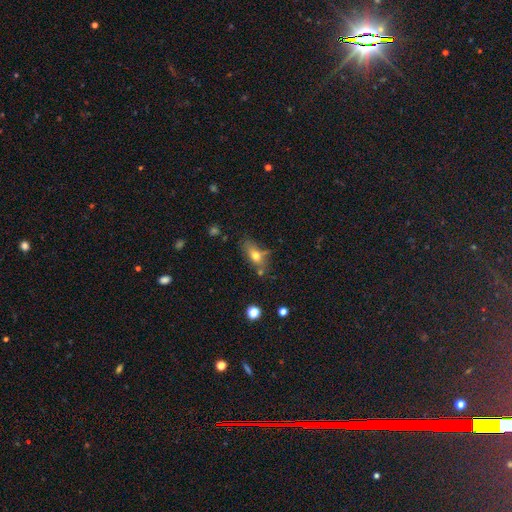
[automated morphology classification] This is likely a smooth galaxy (68%). How rounded: likely in between (77%). Merging: possibly none (57%).